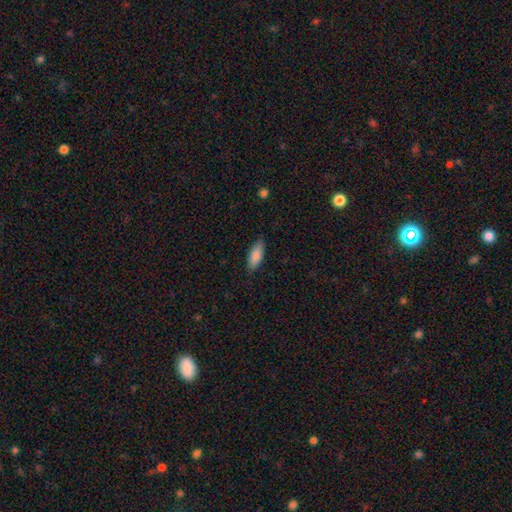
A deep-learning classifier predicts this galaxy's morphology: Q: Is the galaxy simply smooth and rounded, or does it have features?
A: smooth — 86%.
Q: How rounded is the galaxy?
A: in between — 74%.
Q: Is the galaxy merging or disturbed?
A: none — 83%.